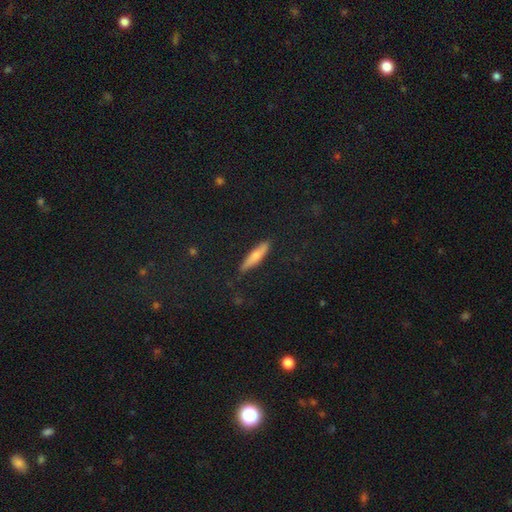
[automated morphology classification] This is likely a smooth galaxy (65%). How rounded: likely cigar-shaped (79%). Merging: clearly none (84%).